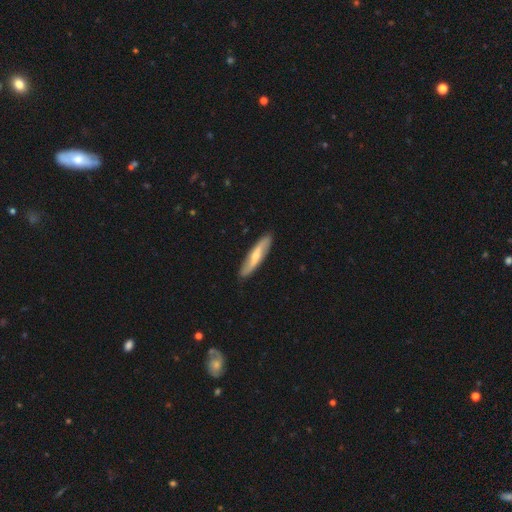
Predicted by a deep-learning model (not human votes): The model was most divided on "smooth or featured": featured or disk: 56%, smooth: 39%, star or artifact: 5%. More confident: merging — none (88%); edge-on disk — no (60%).